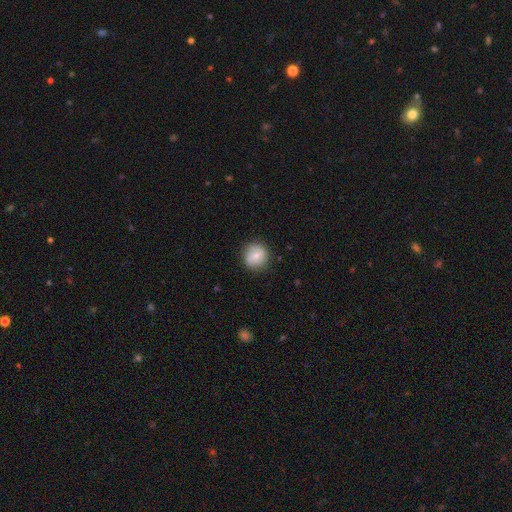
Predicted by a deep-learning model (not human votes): smooth 68%, featured or disk 25%, star or artifact 8%. Down the decision tree: how rounded — round (92%); merging — none (85%).